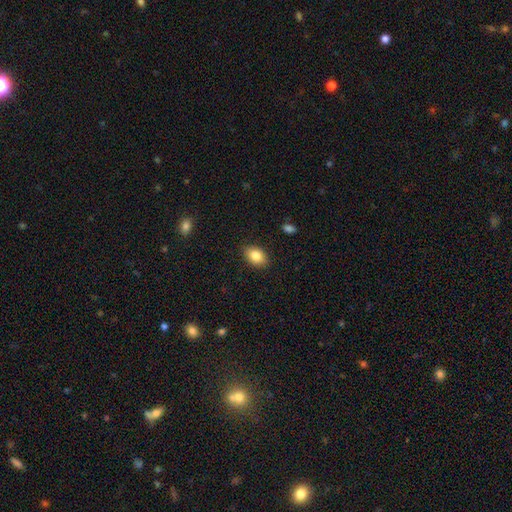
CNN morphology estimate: Smooth or featured? smooth (84%)
How rounded? in between (80%)
Merging? none (87%)